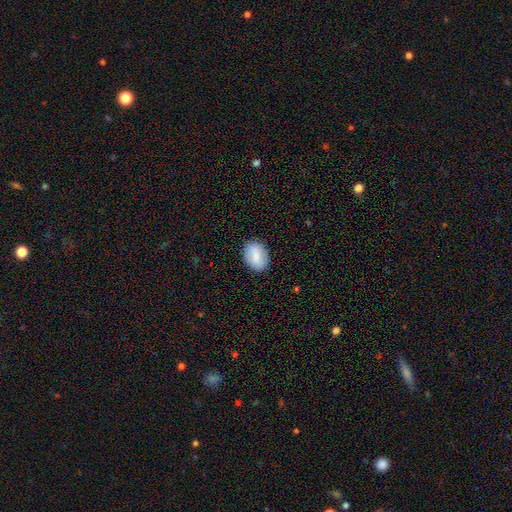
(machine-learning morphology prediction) smooth_or_featured: smooth (p=0.79) [alt: featured or disk p=0.15]
how_rounded: in between (p=0.80) [alt: round p=0.18]
merging: none (p=0.86) [alt: minor disturbance p=0.10]